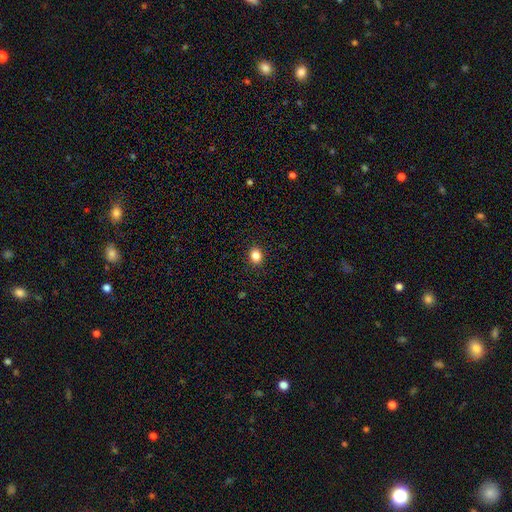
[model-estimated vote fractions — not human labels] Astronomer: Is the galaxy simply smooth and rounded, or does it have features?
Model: smooth — 85%.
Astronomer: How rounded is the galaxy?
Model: round — 66%.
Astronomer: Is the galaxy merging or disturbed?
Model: none — 91%.